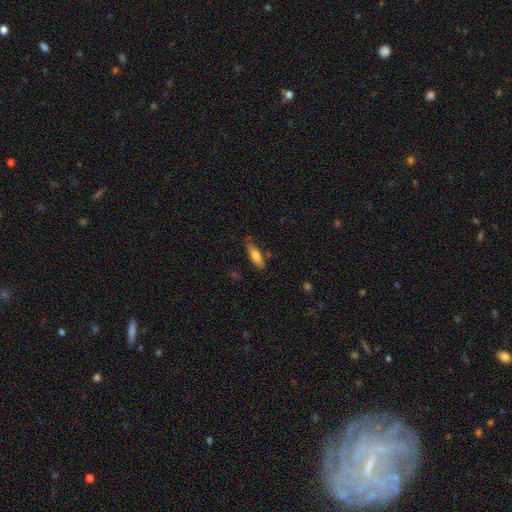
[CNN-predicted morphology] smooth 66%, featured or disk 28%, star or artifact 6%. Down the decision tree: how rounded — cigar-shaped (65%); merging — none (72%).